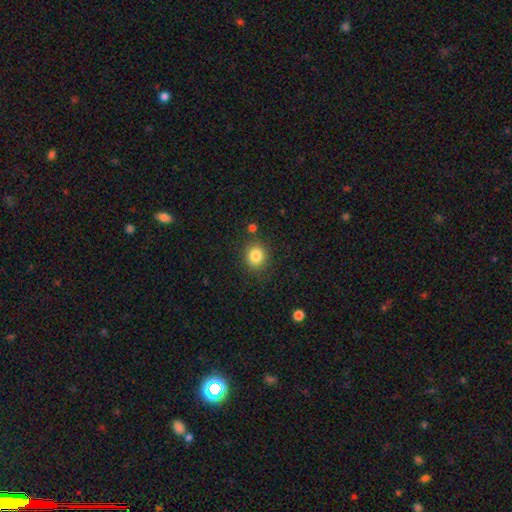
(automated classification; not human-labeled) Morphology: type=smooth (83%); roundness=round (72%); merging=none (83%).